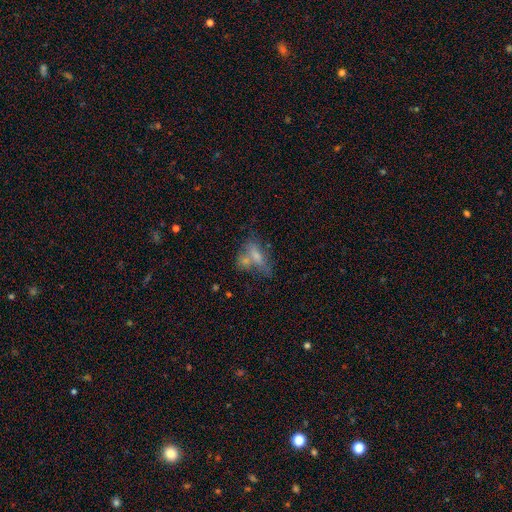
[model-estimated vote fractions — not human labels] This appears to be a smooth galaxy with no disk features (43%). Merging: none (42%).